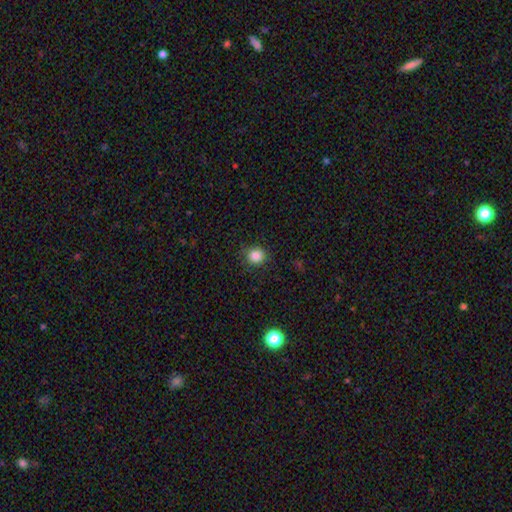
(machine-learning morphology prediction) Q: Smooth or featured?
A: smooth (86%); runner-up: star or artifact (10%)
Q: How rounded?
A: round (87%); runner-up: in between (12%)
Q: Merging?
A: none (86%); runner-up: minor disturbance (10%)